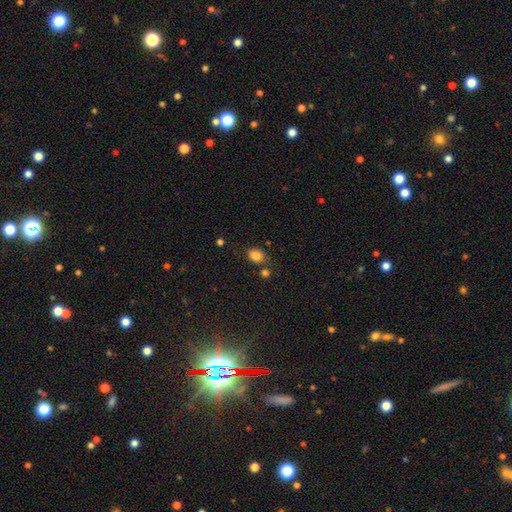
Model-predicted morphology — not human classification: Smooth or featured: smooth — 84% (star or artifact — 11%)
How rounded: in between — 72% (round — 27%)
Merging: none — 68% (minor disturbance — 17%)